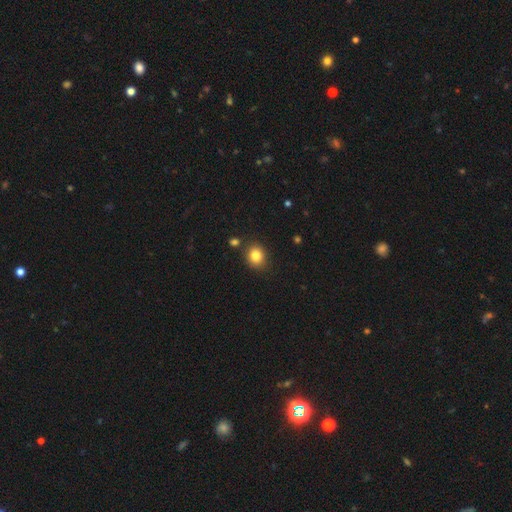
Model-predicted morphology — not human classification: A smooth galaxy with no disk features (83%) that is round (71%). Merging: none (84%).